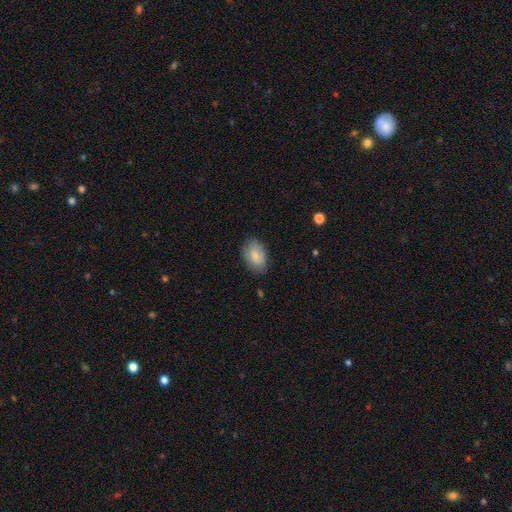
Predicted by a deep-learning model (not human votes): smooth_or_featured: smooth (p=0.82) [alt: featured or disk p=0.12]
how_rounded: in between (p=0.89) [alt: round p=0.09]
merging: none (p=0.79) [alt: minor disturbance p=0.16]